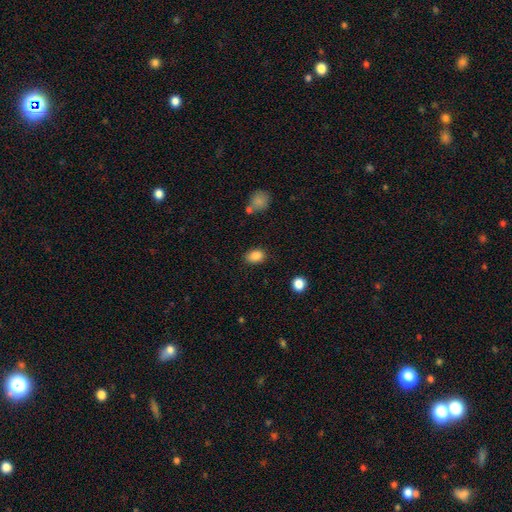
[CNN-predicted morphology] This appears to be a smooth galaxy with no disk features (86%) that is in between round and cigar-shaped (79%). Merging: none (82%).